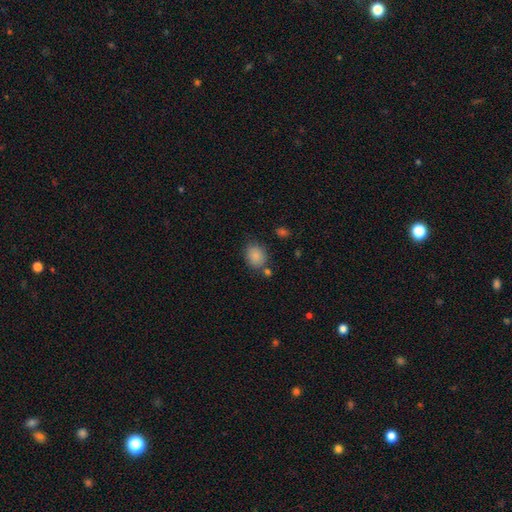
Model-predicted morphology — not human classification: smooth 87%, star or artifact 9%, featured or disk 5%. Down the decision tree: how rounded — in between (50%); merging — none (73%).